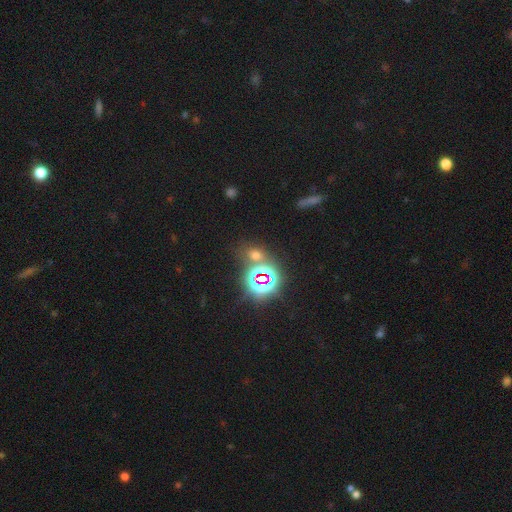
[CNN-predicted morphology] A star or artifact, not a galaxy (51%).